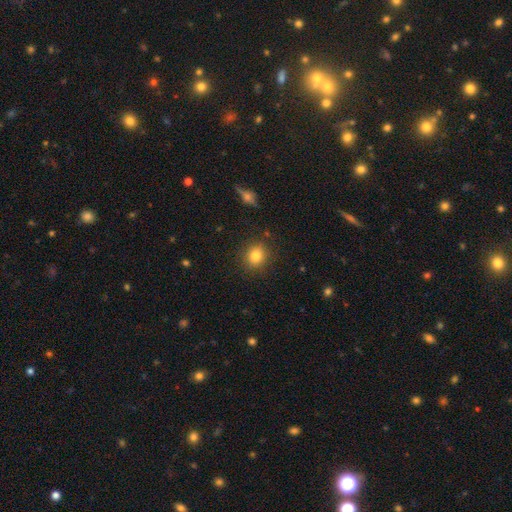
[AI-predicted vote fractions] smooth 82%, star or artifact 11%, featured or disk 7%. Down the decision tree: how rounded — round (68%); merging — none (86%).